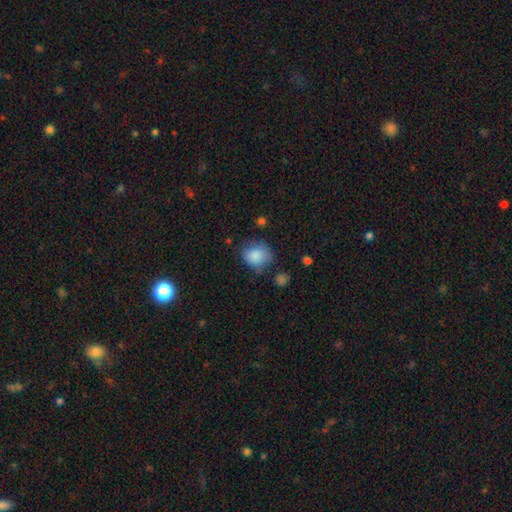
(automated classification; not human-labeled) Morphology: type=smooth (86%); roundness=round (64%); merging=none (64%).